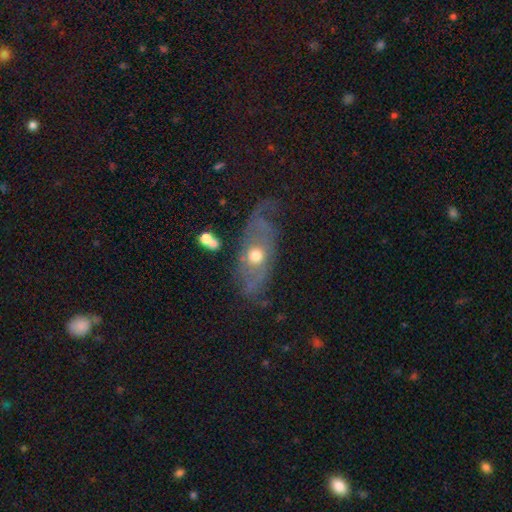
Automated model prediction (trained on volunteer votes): A featured or disk galaxy (66%) with no bar (83%), spiral arms (59%) and a moderate central bulge (68%). Merging: none (51%).